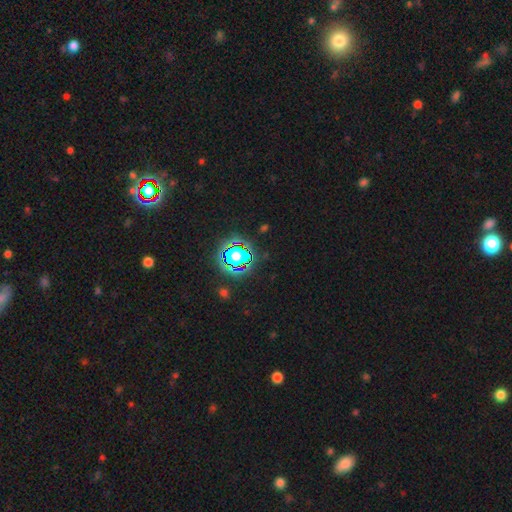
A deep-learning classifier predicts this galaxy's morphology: The model was most divided on "smooth or featured": star or artifact: 81%, smooth: 11%, featured or disk: 8%.